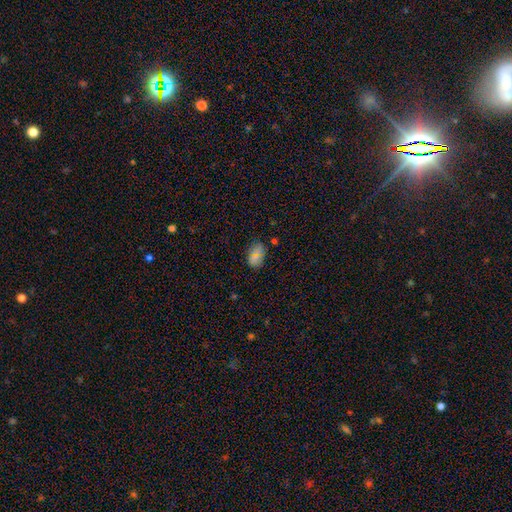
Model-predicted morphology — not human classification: Smooth or featured?
  - smooth: 79% *
  - star or artifact: 11%
  - featured or disk: 10%
How rounded?
  - in between: 91% *
  - round: 7%
  - cigar-shaped: 2%
Merging?
  - none: 74% *
  - minor disturbance: 19%
  - major disturbance: 4%
  - merger: 3%